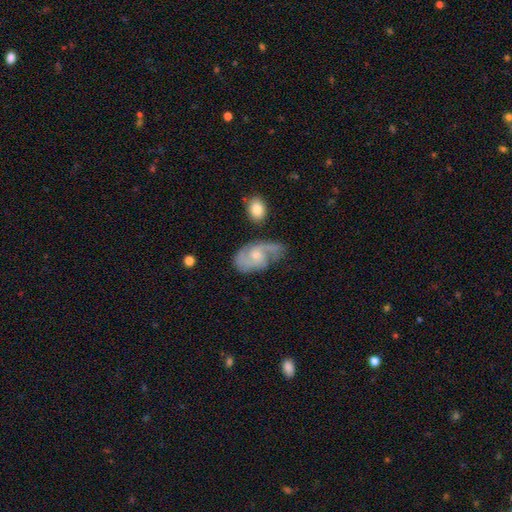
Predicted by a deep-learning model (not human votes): Morphology: type=featured or disk (79%); edge-on=no (97%); bar=no (61%); spiral arms=yes (94%); winding=medium (49%); arm count=2 (71%); bulge=small (50%); merging=none (53%).